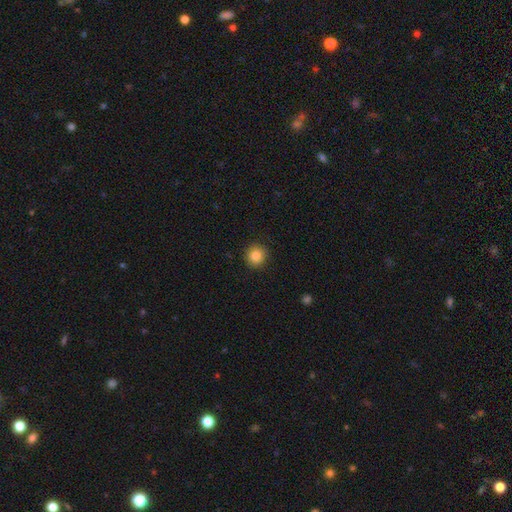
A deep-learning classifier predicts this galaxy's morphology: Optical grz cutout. It shows a smooth galaxy with no disk features (85%) that is round (94%). Merging: none (92%).